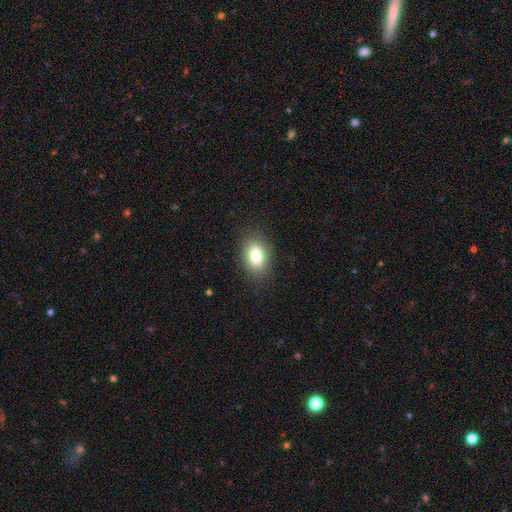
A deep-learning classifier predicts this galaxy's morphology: A smooth galaxy with no disk features (80%) that is in between round and cigar-shaped (85%). Merging: none (85%).